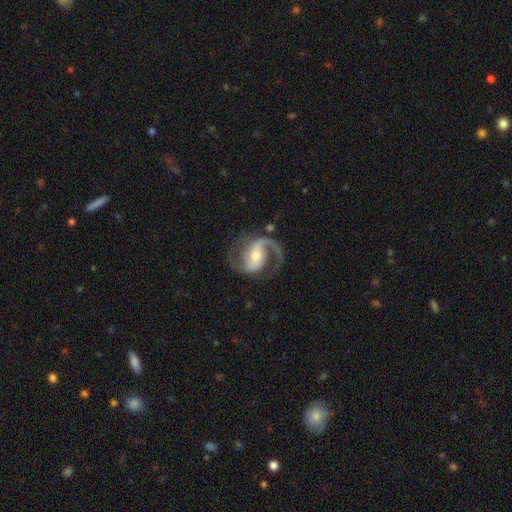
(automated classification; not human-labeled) featured or disk 91%, smooth 5%, star or artifact 4%. Down the decision tree: edge-on disk — no (98%); bar — weak (38%); spiral arms — yes (98%); spiral arm count — 2 (88%); spiral winding — medium (57%); bulge size — moderate (58%); merging — none (75%).